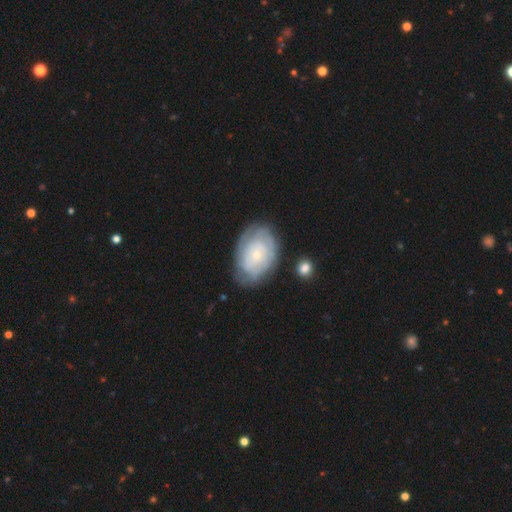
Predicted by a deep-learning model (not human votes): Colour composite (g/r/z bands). It shows a featured or disk galaxy (63%) with no bar (82%), spiral arms (73%) and a small central bulge (75%). Merging: none (70%).